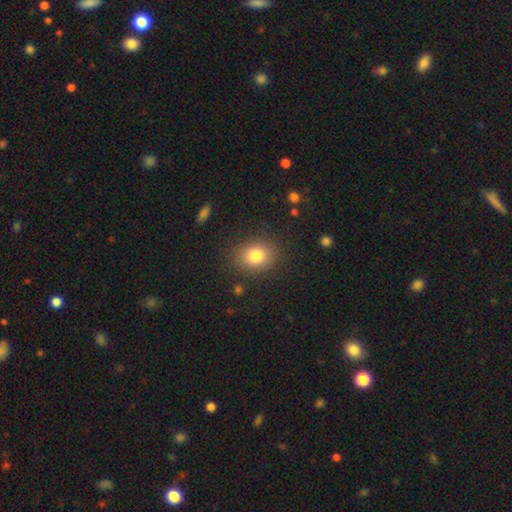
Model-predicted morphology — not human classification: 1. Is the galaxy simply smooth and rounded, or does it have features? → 82% smooth, 10% star or artifact, 8% featured or disk.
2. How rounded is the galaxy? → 50% round, 49% in between, 1% cigar-shaped.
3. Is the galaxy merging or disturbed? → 86% none, 9% minor disturbance, 3% major disturbance, 1% merger.